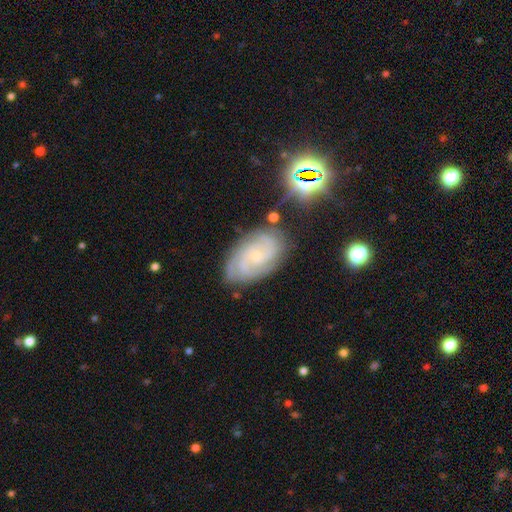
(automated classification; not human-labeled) smooth_or_featured: featured or disk (p=0.80) [alt: smooth p=0.11]
disk_edge_on: no (p=0.96) [alt: yes p=0.04]
bar: no (p=0.70) [alt: weak p=0.25]
has_spiral_arms: yes (p=0.96) [alt: no p=0.04]
spiral_winding: tight (p=0.66) [alt: medium p=0.28]
spiral_arm_count: 2 (p=0.27) [tied with: 3 p=0.27]
bulge_size: small (p=0.79) [alt: moderate p=0.16]
merging: none (p=0.75) [alt: minor disturbance p=0.17]